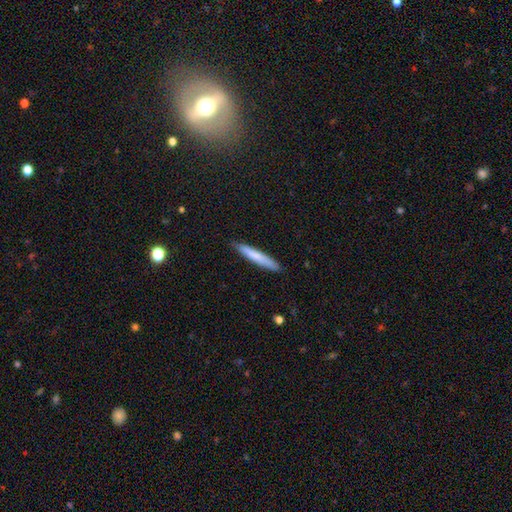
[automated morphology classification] The model was most divided on "smooth or featured": smooth: 73%, featured or disk: 21%, star or artifact: 6%. More confident: how rounded — cigar-shaped (94%); merging — none (88%).